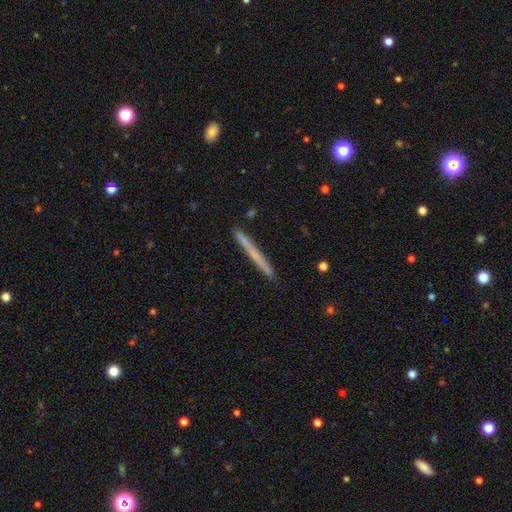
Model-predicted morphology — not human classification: type=smooth (56%); roundness=cigar-shaped (97%); merging=none (91%).